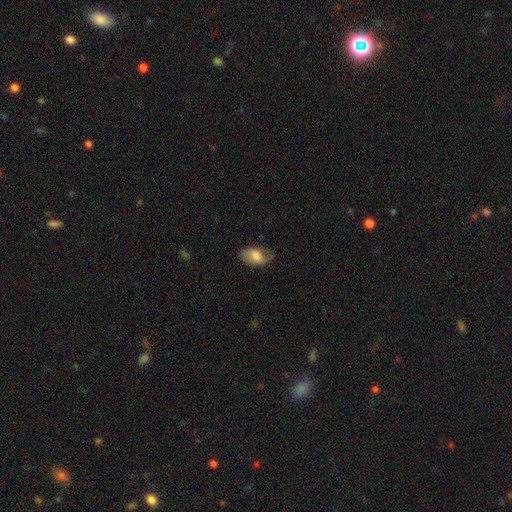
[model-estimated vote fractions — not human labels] smooth_or_featured: smooth (p=0.73) [alt: featured or disk p=0.20]
how_rounded: in between (p=0.92) [alt: round p=0.06]
merging: none (p=0.70) [alt: minor disturbance p=0.22]